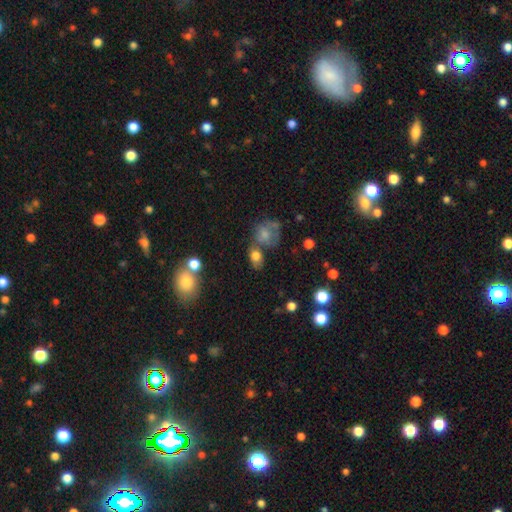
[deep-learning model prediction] Smooth or featured? smooth (76%)
How rounded? in between (68%)
Merging? none (48%)